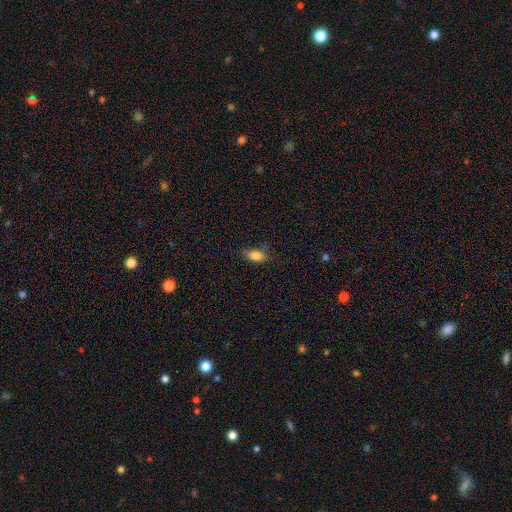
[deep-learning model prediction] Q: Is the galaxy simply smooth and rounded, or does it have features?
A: smooth — 85%.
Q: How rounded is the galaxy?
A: in between — 87%.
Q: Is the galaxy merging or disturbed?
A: none — 62%.